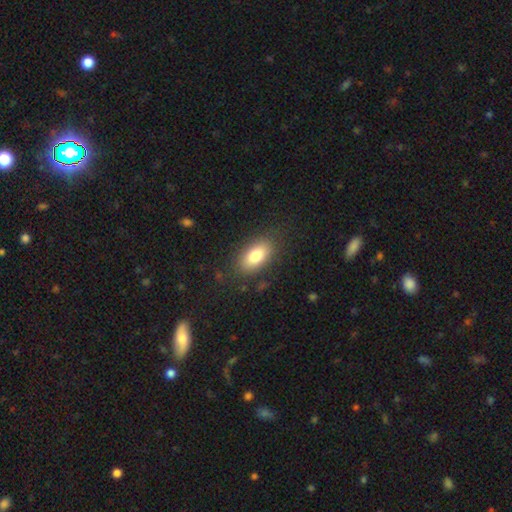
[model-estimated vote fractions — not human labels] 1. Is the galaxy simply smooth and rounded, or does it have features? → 80% smooth, 12% featured or disk, 8% star or artifact.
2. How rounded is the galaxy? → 90% in between, 5% cigar-shaped, 5% round.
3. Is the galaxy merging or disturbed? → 83% none, 12% minor disturbance, 4% major disturbance, 1% merger.